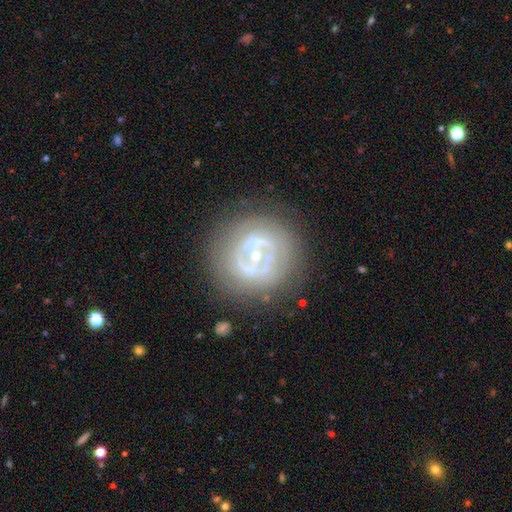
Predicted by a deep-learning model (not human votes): A featured or disk galaxy (69%) with no bar (61%), no spiral arms (67%) and a small central bulge (57%).

Vote fractions:
- Smooth or featured? featured or disk: 69% / smooth: 22% / star or artifact: 9%
- Edge-on disk? no: 96% / yes: 4%
- Bar? no: 61% / weak: 23% / strong: 15%
- Spiral arms? no: 67% / yes: 33%
- Bulge size? small: 57% / moderate: 35% / none: 3% / large: 3% / dominant: 2%
- Merging? none: 72% / minor disturbance: 15% / major disturbance: 9% / merger: 3%